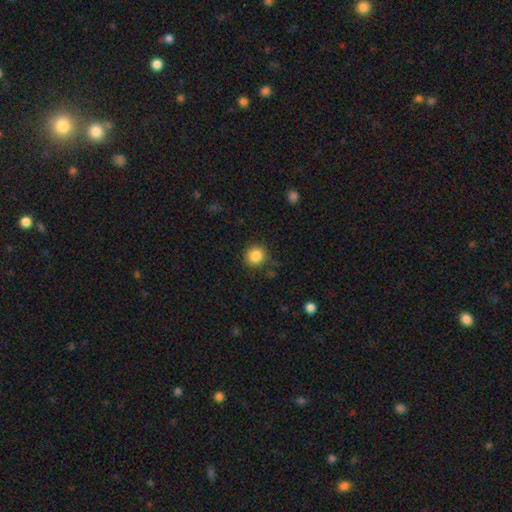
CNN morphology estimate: The model was most divided on "merging": none: 82%, minor disturbance: 12%, major disturbance: 3%, merger: 2%. More confident: how rounded — round (92%); smooth or featured — smooth (85%).